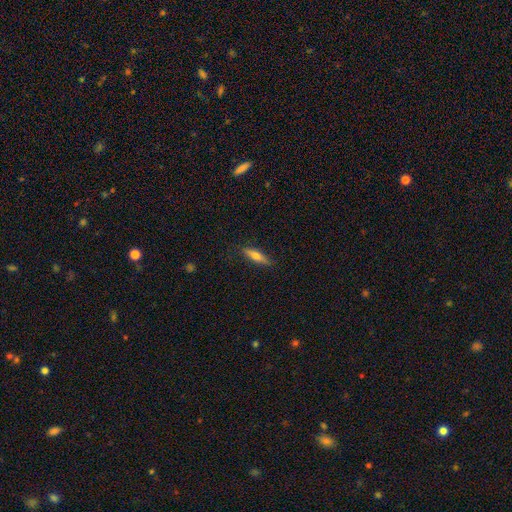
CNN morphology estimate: This appears to be a smooth galaxy with no disk features (60%) that is cigar-shaped (68%). Merging: none (85%).